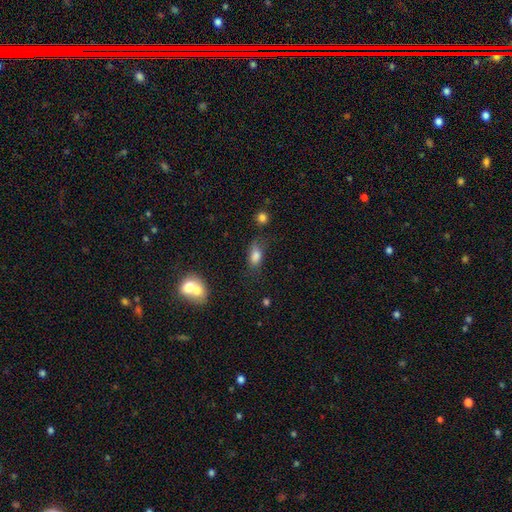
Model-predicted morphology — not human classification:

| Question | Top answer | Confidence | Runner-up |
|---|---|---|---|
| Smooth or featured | smooth | 79% | star or artifact (11%) |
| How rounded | in between | 83% | round (10%) |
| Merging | none | 50% | minor disturbance (29%) |